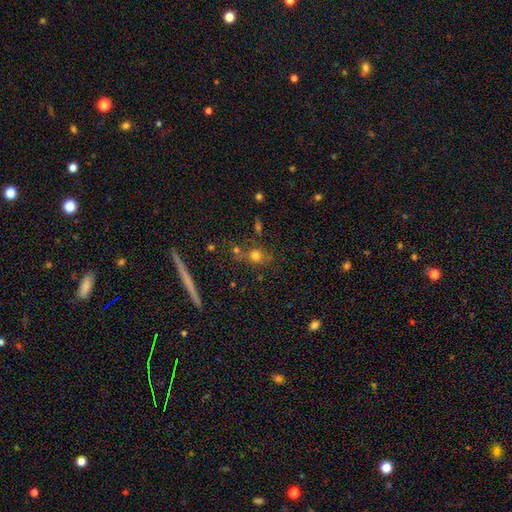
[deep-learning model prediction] smooth_or_featured: smooth (p=0.69) [alt: star or artifact p=0.18]
how_rounded: round (p=0.76) [alt: in between p=0.19]
merging: none (p=0.64) [alt: merger p=0.17]